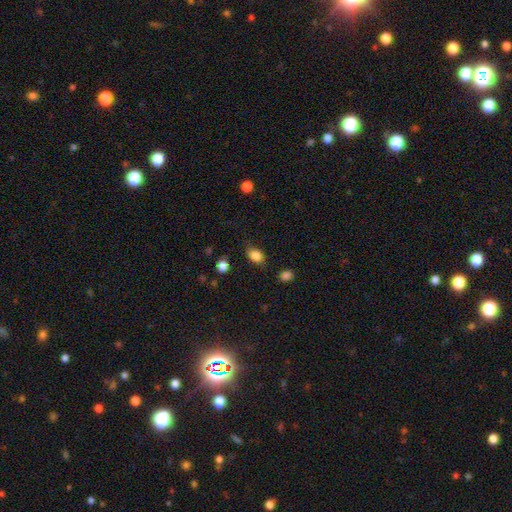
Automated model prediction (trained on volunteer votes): Overall: smooth (84%). How rounded: in between (79%). Merging: none (76%).